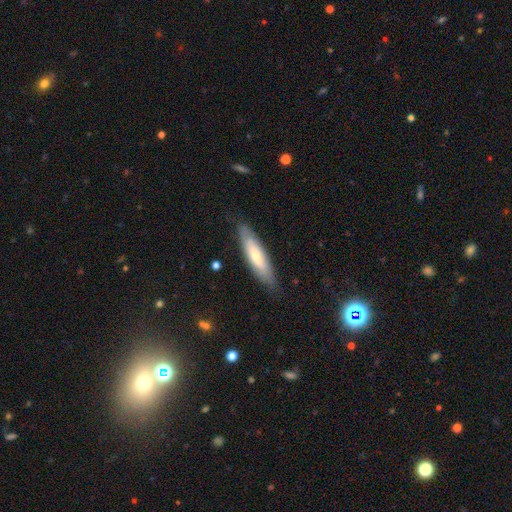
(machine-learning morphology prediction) Smooth or featured? smooth (59%)
How rounded? cigar-shaped (70%)
Merging? none (81%)